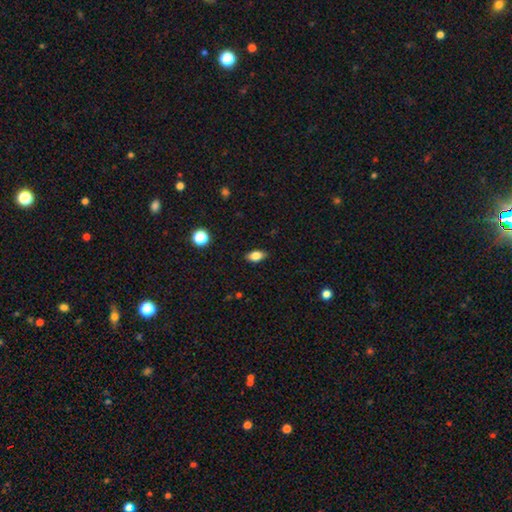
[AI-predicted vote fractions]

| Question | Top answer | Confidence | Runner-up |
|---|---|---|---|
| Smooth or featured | smooth | 82% | star or artifact (9%) |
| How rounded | in between | 86% | round (9%) |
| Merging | none | 85% | minor disturbance (11%) |